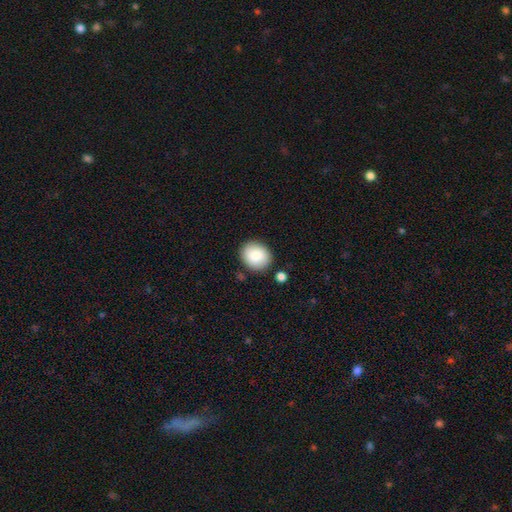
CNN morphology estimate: smooth 86%, star or artifact 7%, featured or disk 6%. Down the decision tree: how rounded — round (71%); merging — none (85%).